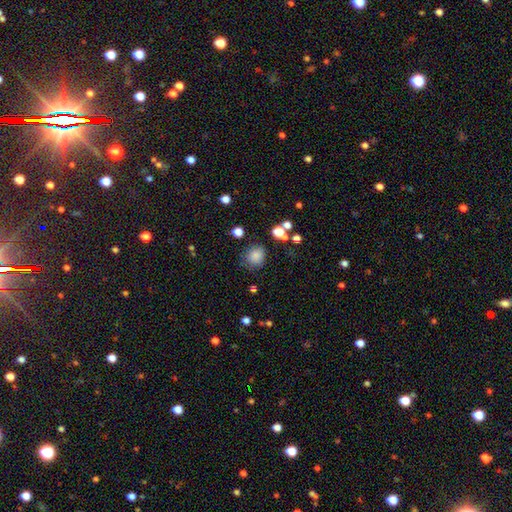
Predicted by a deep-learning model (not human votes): This appears to be a smooth galaxy with no disk features (81%) that is round (72%). Merging: none (70%).